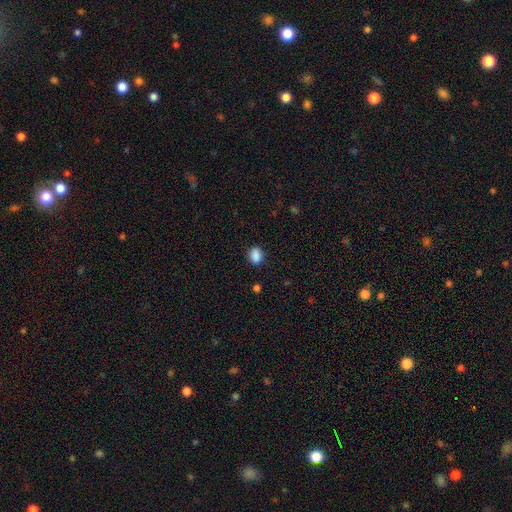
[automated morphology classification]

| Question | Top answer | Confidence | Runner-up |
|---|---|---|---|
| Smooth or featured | smooth | 88% | star or artifact (9%) |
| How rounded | in between | 67% | round (32%) |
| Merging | none | 85% | minor disturbance (11%) |